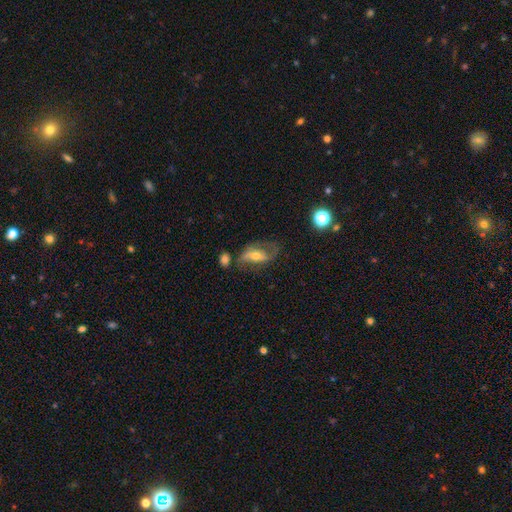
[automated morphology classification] featured or disk 59%, smooth 32%, star or artifact 9%. Down the decision tree: edge-on disk — no (88%); bar — no (35%, tied with strong); spiral arms — yes (70%); bulge size — moderate (60%); merging — none (47%).